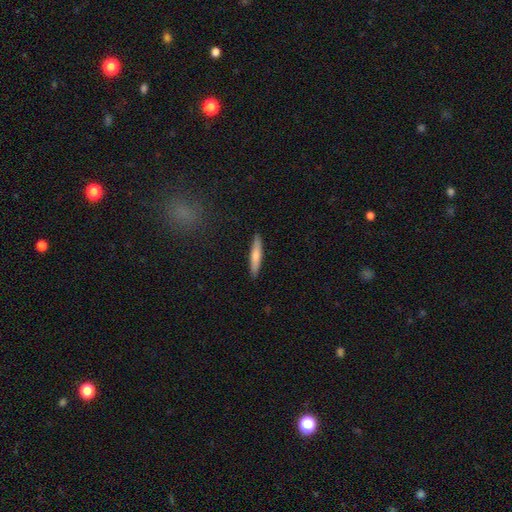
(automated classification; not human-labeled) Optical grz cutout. It shows a smooth galaxy with no disk features (70%) that is cigar-shaped (89%). Merging: none (90%).